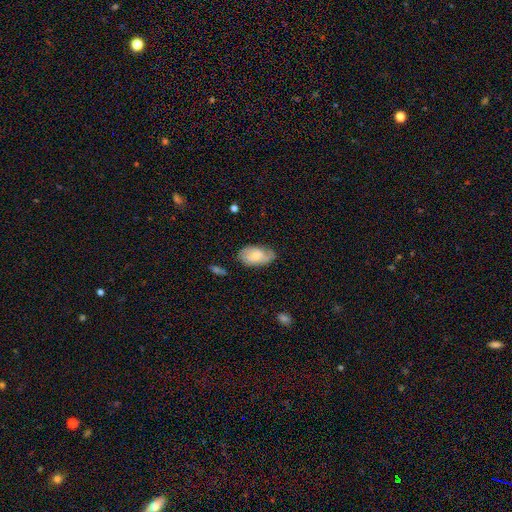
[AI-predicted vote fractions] Morphology: type=smooth (47%); merging=none (63%).